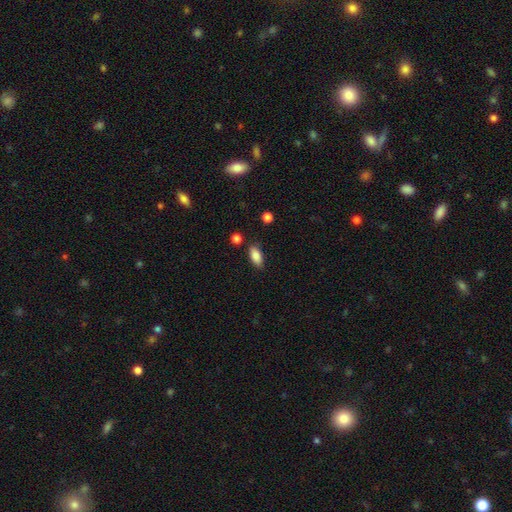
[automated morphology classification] Overall: smooth (85%). How rounded: in between (87%). Merging: none (81%).